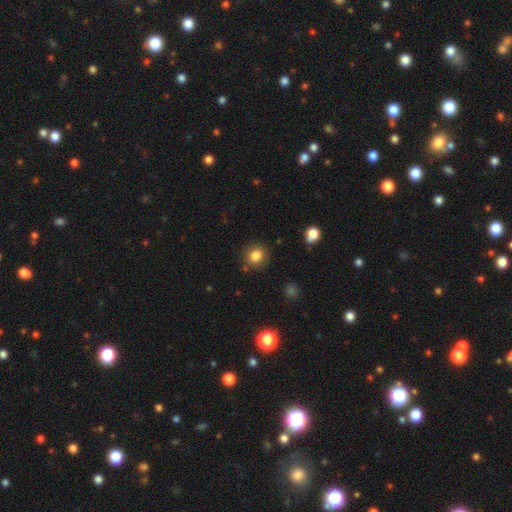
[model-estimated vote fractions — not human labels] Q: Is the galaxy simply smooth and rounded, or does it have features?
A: smooth — 83%.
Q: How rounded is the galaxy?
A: round — 79%.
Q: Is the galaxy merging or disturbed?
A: none — 84%.